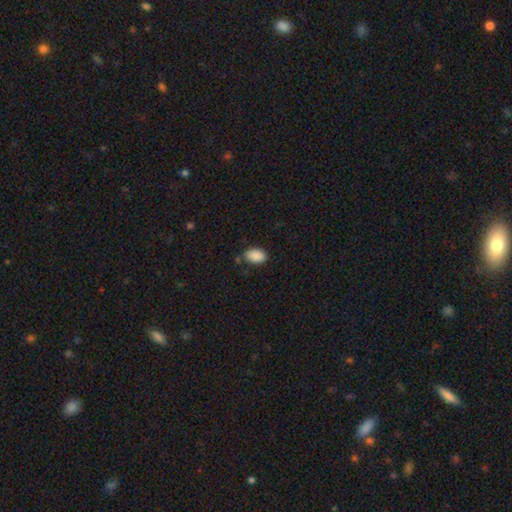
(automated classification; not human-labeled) This is clearly a smooth galaxy (90%). How rounded: clearly in between (89%). Merging: likely none (80%).